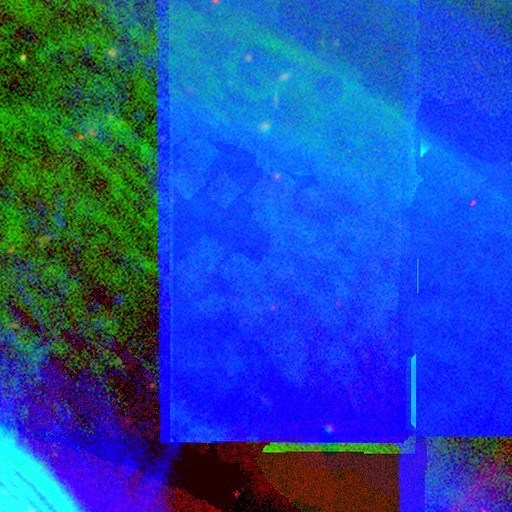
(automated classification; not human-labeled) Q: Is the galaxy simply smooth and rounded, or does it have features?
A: star or artifact — 85%.